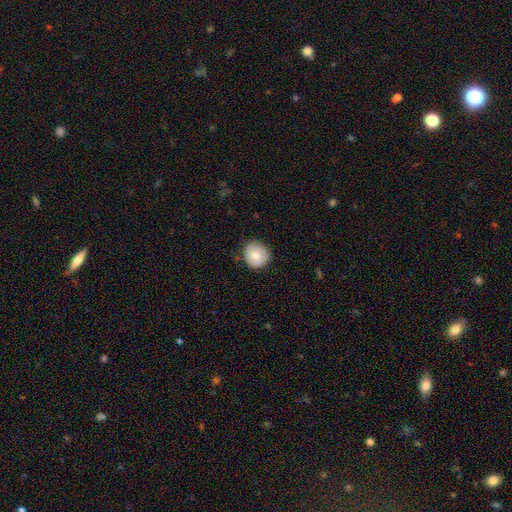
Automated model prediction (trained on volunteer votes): Q: Smooth or featured?
A: smooth (72%); runner-up: featured or disk (21%)
Q: How rounded?
A: round (88%); runner-up: in between (11%)
Q: Merging?
A: none (76%); runner-up: minor disturbance (20%)